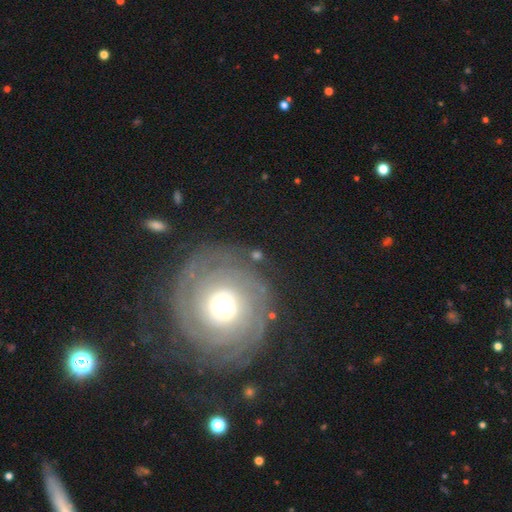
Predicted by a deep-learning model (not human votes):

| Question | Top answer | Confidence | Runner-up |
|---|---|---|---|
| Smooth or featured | featured or disk | 71% | smooth (19%) |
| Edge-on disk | no | 96% | yes (4%) |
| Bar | no | 67% | weak (24%) |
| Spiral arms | yes | 82% | no (18%) |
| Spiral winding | tight | 75% | medium (18%) |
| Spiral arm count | can't tell | 41% | 2 (20%) |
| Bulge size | moderate | 65% | large (18%) |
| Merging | none | 76% | minor disturbance (13%) |